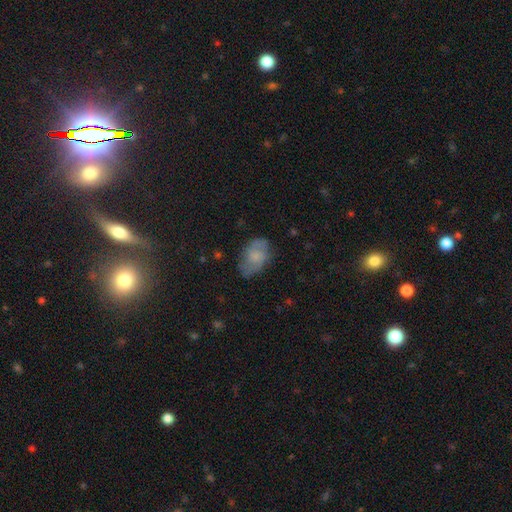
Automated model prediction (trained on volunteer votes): Overall: smooth (61%; featured or disk 31%). How rounded: in between (89%). Merging: none (63%; minor disturbance 26%).